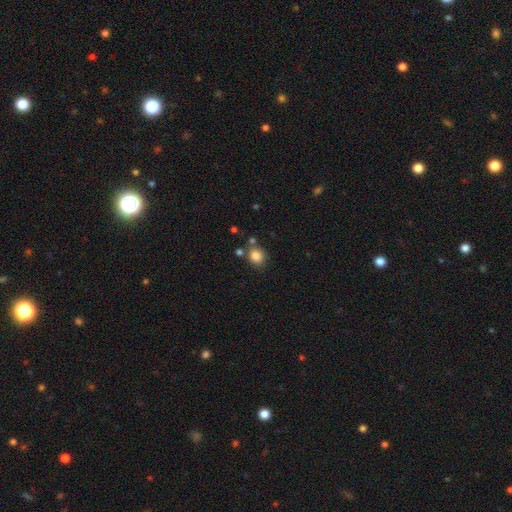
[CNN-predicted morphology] Q: Smooth or featured?
A: smooth (85%); runner-up: star or artifact (10%)
Q: How rounded?
A: round (73%); runner-up: in between (27%)
Q: Merging?
A: none (73%); runner-up: minor disturbance (13%)